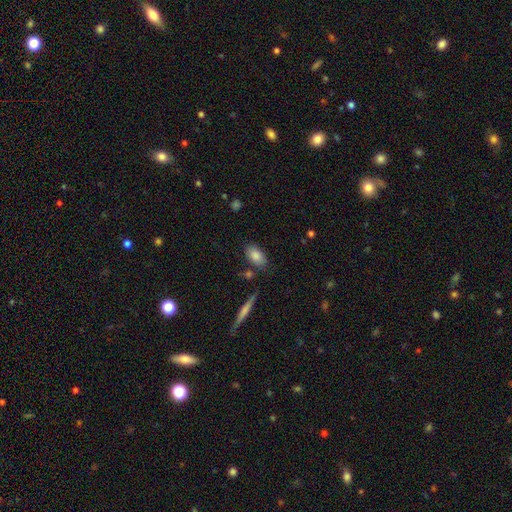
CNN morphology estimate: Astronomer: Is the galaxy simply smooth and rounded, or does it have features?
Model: smooth — 84%.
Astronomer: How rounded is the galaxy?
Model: in between — 91%.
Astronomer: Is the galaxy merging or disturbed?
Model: none — 78%.